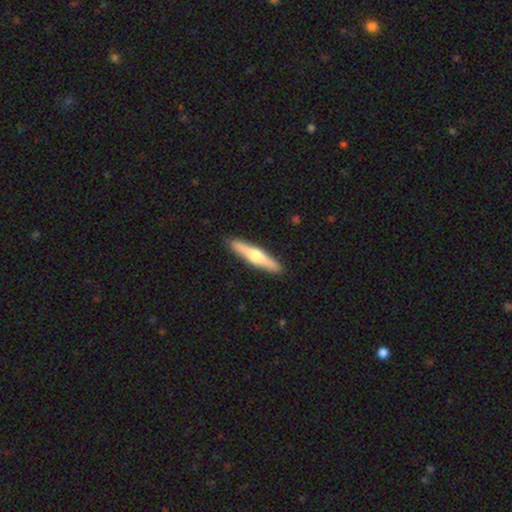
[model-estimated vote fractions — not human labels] A featured or disk galaxy (53%) viewed edge-on (95%) with a rounded central bulge (90%).

Vote fractions:
- Smooth or featured? featured or disk: 53% / smooth: 42% / star or artifact: 5%
- Edge-on disk? yes: 95% / no: 5%
- Edge-on bulge? rounded: 90% / none: 5% / boxy: 5%
- Merging? none: 91% / minor disturbance: 7% / major disturbance: 1% / merger: 1%